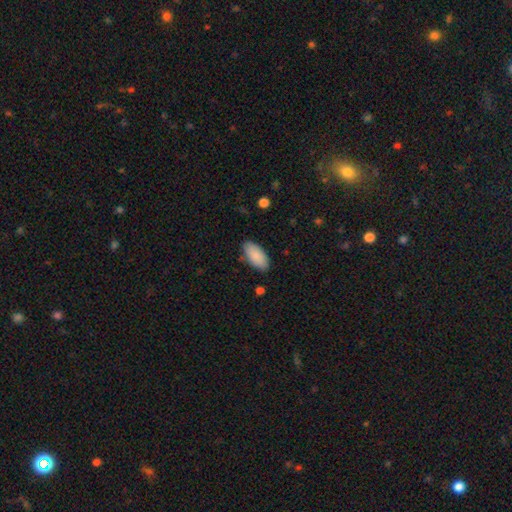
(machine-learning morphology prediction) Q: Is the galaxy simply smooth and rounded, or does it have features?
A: smooth — 89%.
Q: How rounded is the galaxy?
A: in between — 94%.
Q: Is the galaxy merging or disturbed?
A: none — 85%.